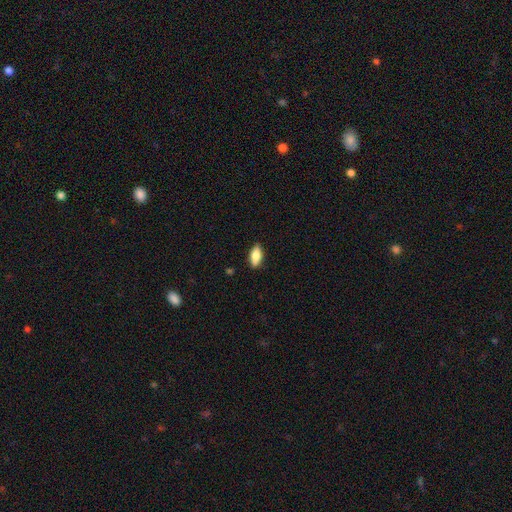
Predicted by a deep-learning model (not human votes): This is likely a smooth galaxy (78%). How rounded: clearly in between (83%). Merging: clearly none (87%).